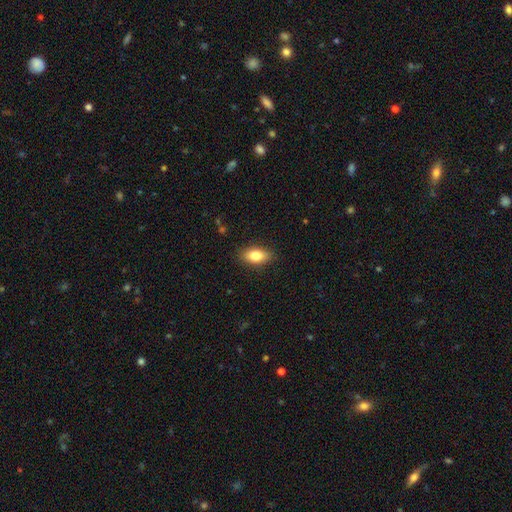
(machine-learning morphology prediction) Smooth or featured: smooth — 83% (featured or disk — 9%)
How rounded: in between — 89% (round — 6%)
Merging: none — 87% (minor disturbance — 10%)